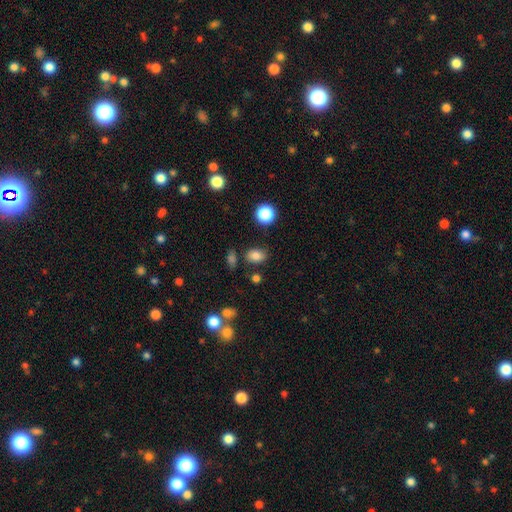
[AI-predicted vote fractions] Morphology: type=smooth (81%); roundness=in between (74%); merging=none (77%).